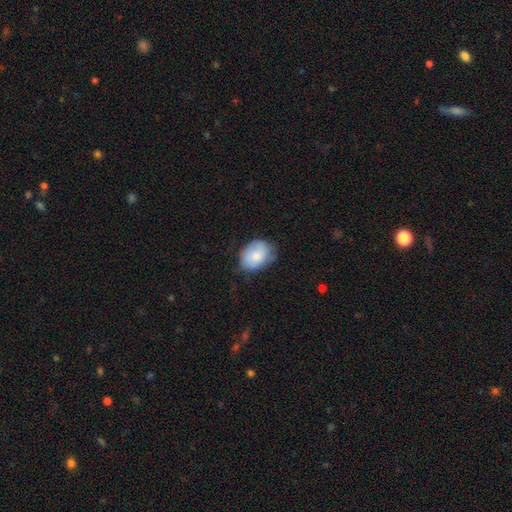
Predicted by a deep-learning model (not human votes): Q: Smooth or featured?
A: smooth (81%); runner-up: featured or disk (13%)
Q: How rounded?
A: in between (71%); runner-up: round (28%)
Q: Merging?
A: none (62%); runner-up: minor disturbance (30%)